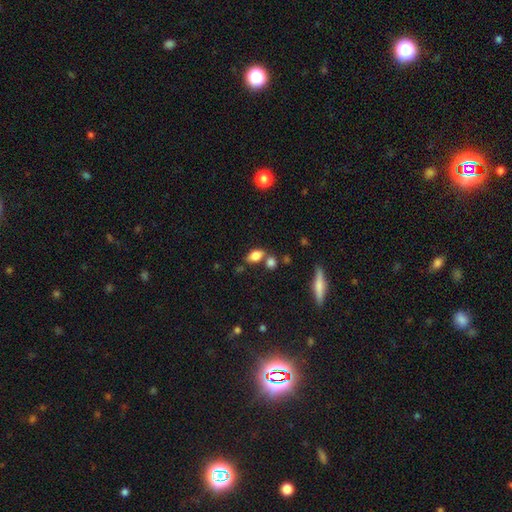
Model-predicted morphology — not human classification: Overall: smooth (79%). How rounded: in between (86%). Merging: none (60%; merger 22%).